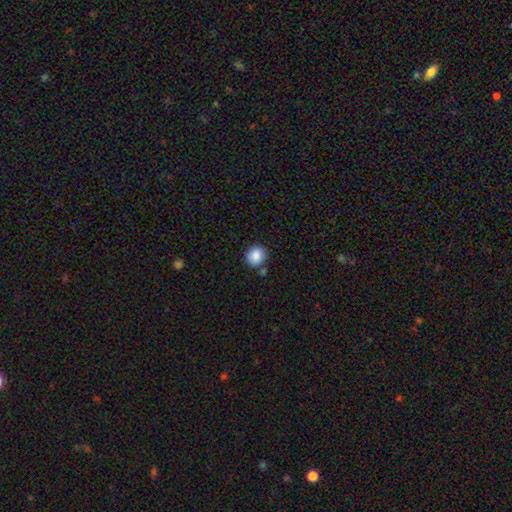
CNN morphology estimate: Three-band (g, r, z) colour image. It shows a smooth galaxy with no disk features (87%) that is round (81%). Merging: none (78%).